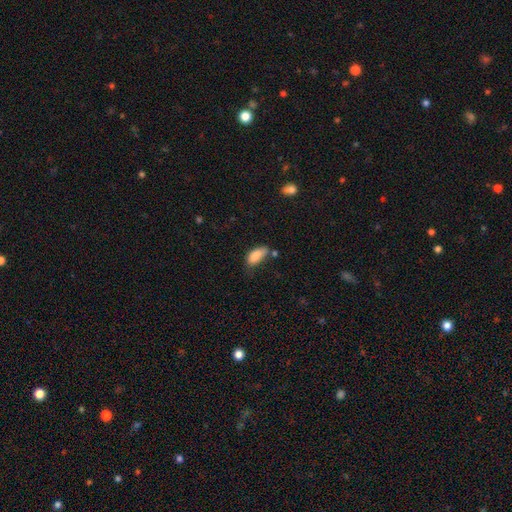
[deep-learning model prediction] Smooth or featured: smooth — 85% (star or artifact — 8%)
How rounded: in between — 87% (cigar-shaped — 10%)
Merging: none — 42% (minor disturbance — 36%)